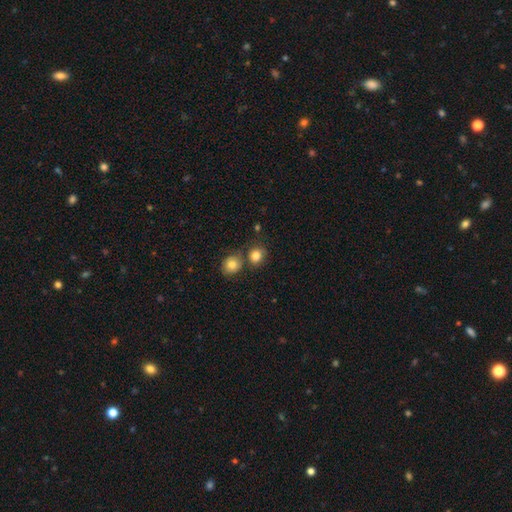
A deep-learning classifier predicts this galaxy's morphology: type=smooth (83%); roundness=round (75%); merging=none (62%).